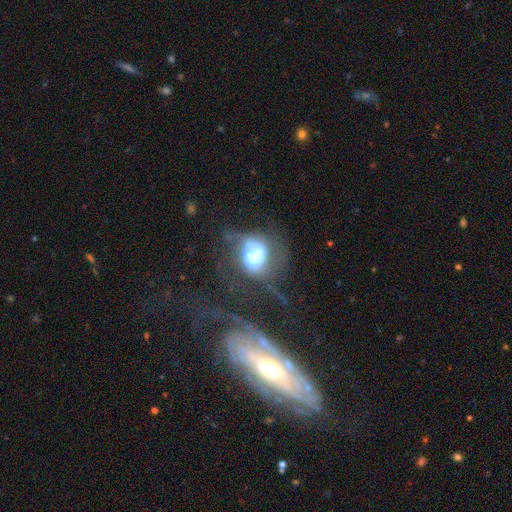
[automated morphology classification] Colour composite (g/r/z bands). It shows a featured or disk galaxy (53%) with no bar (65%), no spiral arms (56%) and a large central bulge (39%). Merging: major disturbance (40%).